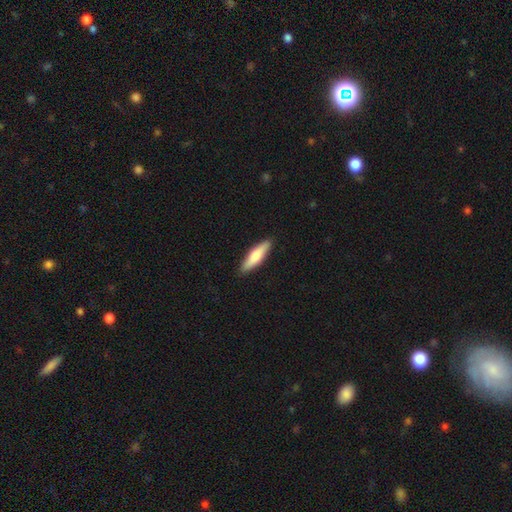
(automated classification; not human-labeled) smooth 71%, featured or disk 24%, star or artifact 5%. Down the decision tree: how rounded — cigar-shaped (71%); merging — none (89%).